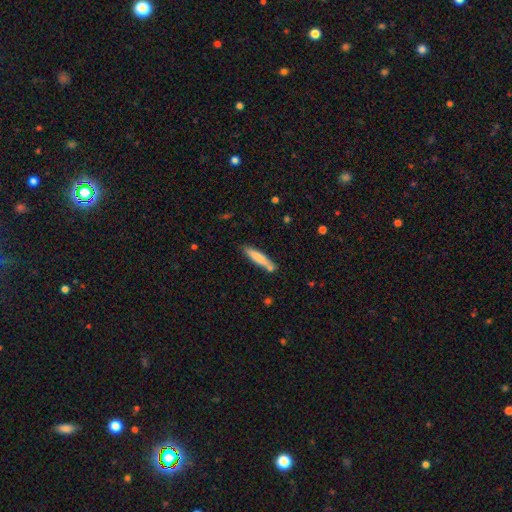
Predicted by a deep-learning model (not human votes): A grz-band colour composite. It shows a smooth galaxy with no disk features (74%) that is cigar-shaped (90%). Merging: none (80%).